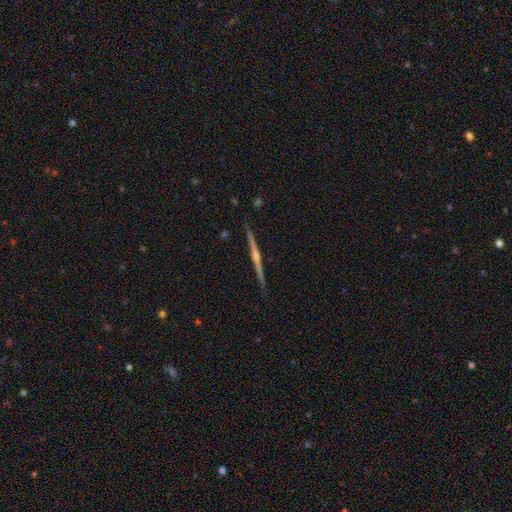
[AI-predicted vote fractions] smooth-or-featured: featured or disk: 83% | smooth: 12% | star or artifact: 5%
  disk-edge-on: yes: 99% | no: 1%
    edge-on-bulge: rounded: 76% | none: 17% | boxy: 7%
  merging: none: 92% | minor disturbance: 6% | major disturbance: 1% | merger: 1%